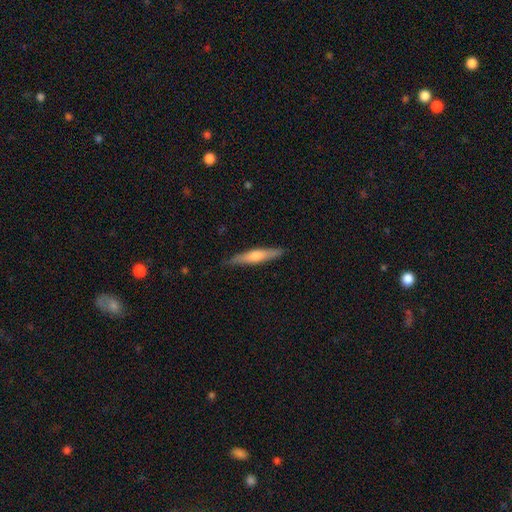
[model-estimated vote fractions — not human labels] smooth_or_featured: featured or disk (p=0.49) [alt: smooth p=0.46]
merging: none (p=0.88) [alt: minor disturbance p=0.09]